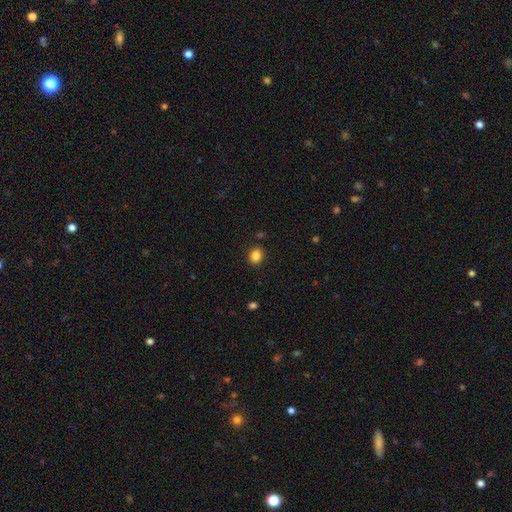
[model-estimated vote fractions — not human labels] A smooth galaxy with no disk features (85%) that is round (65%). Merging: none (88%).